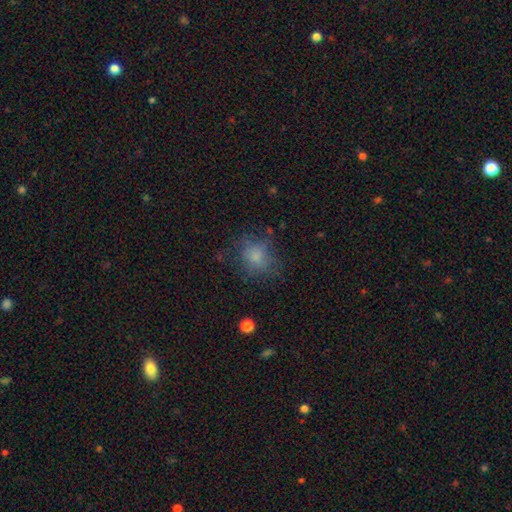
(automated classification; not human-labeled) The model was most divided on "merging": none: 62%, minor disturbance: 21%, major disturbance: 15%, merger: 2%. More confident: smooth or featured — smooth (72%); how rounded — round (70%).